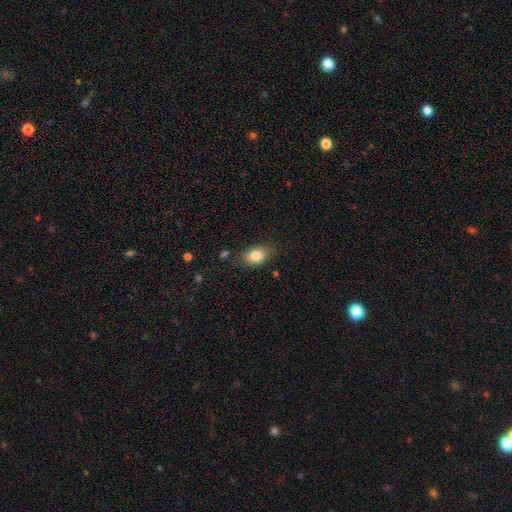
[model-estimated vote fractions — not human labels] Smooth or featured? smooth (82%)
How rounded? in between (82%)
Merging? none (78%)